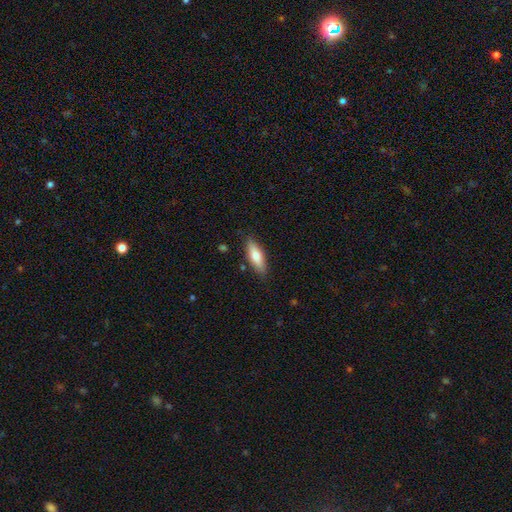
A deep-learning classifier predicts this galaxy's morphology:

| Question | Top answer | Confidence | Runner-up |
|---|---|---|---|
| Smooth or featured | smooth | 72% | featured or disk (22%) |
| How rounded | in between | 54% | cigar-shaped (43%) |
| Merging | none | 84% | minor disturbance (12%) |